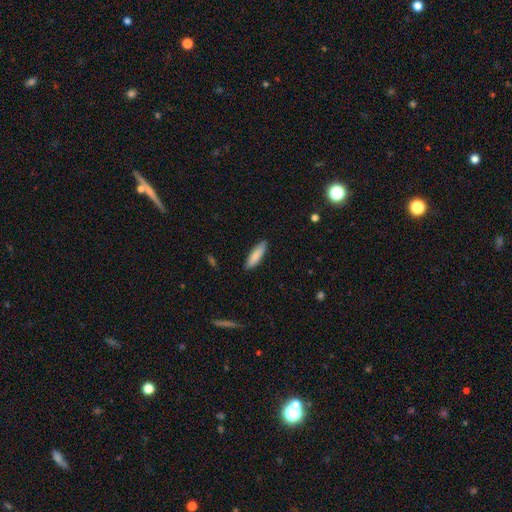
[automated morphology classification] smooth 83%, featured or disk 11%, star or artifact 6%. Down the decision tree: how rounded — cigar-shaped (61%); merging — none (88%).